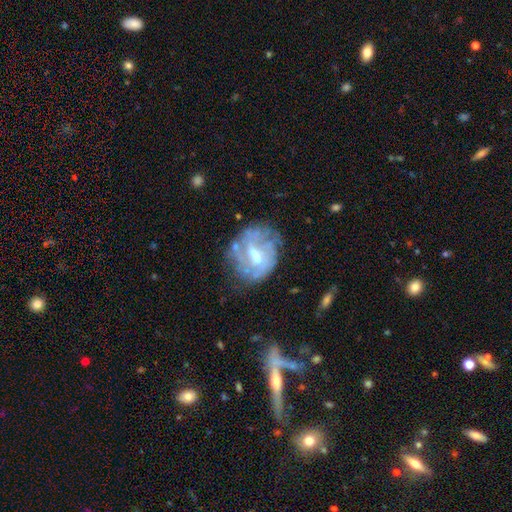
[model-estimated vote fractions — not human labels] Overall: featured or disk (70%). Edge-on disk: no (96%). Bar: weak (50%; no 26%). Spiral arms: yes (52%; no 48%). Bulge size: moderate (57%; small 27%). Merging: none (55%; minor disturbance 23%).